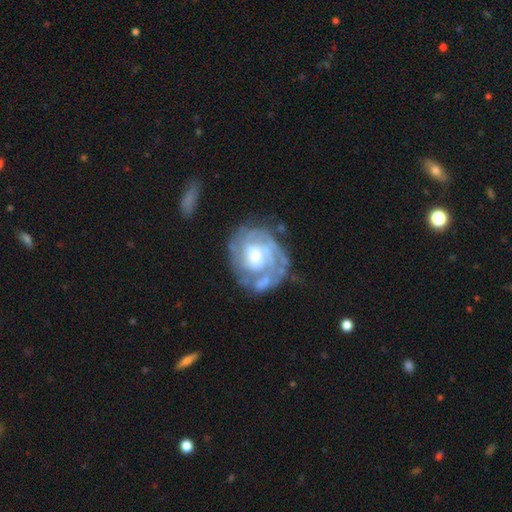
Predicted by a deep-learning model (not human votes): The model was most divided on "spiral arm count": can't tell: 45%, 2: 19%, 3: 17%, 4: 8%, 1: 7%, more than 4: 5%. More confident: edge-on disk — no (97%); spiral arms — yes (87%); smooth or featured — featured or disk (81%); spiral winding — tight (69%); bar — no (67%); merging — none (59%); bulge size — moderate (57%).